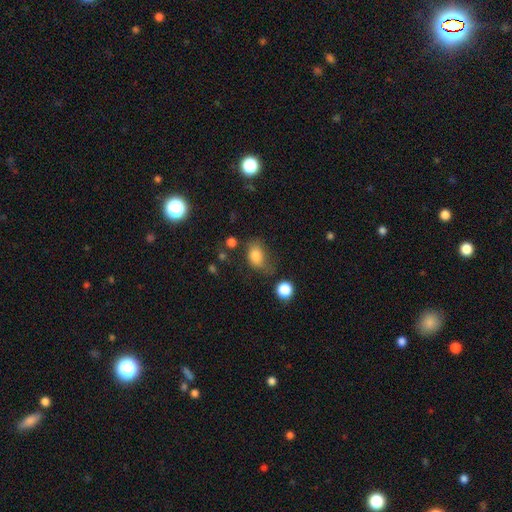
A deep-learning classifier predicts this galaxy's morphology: A smooth galaxy with no disk features (81%) that is in between round and cigar-shaped (73%).

Vote fractions:
- Smooth or featured? smooth: 81% / star or artifact: 11% / featured or disk: 8%
- How rounded? in between: 73% / round: 25% / cigar-shaped: 1%
- Merging? none: 50% / minor disturbance: 30% / major disturbance: 15% / merger: 5%